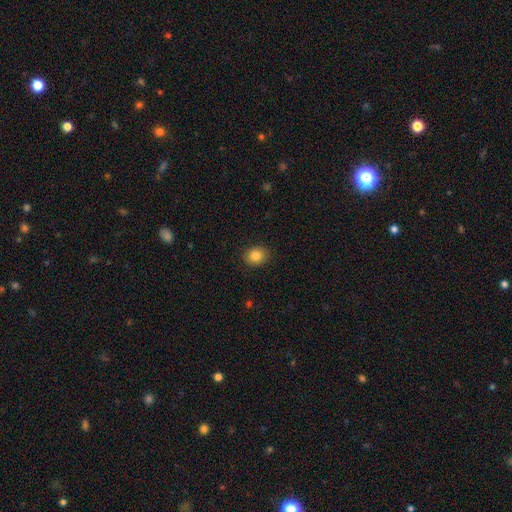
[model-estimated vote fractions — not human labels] Smooth or featured?
  - smooth: 84% *
  - star or artifact: 10%
  - featured or disk: 6%
How rounded?
  - round: 63% *
  - in between: 37%
  - cigar-shaped: 1%
Merging?
  - none: 90% *
  - minor disturbance: 7%
  - major disturbance: 2%
  - merger: 1%